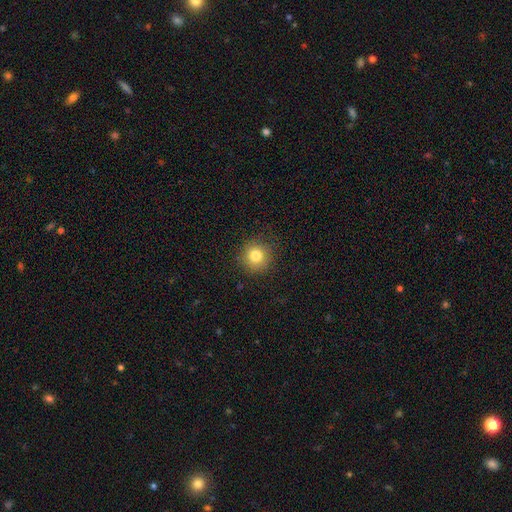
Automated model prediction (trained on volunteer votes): Q: Smooth or featured?
A: smooth (80%); runner-up: star or artifact (12%)
Q: How rounded?
A: round (93%); runner-up: in between (6%)
Q: Merging?
A: none (87%); runner-up: minor disturbance (9%)